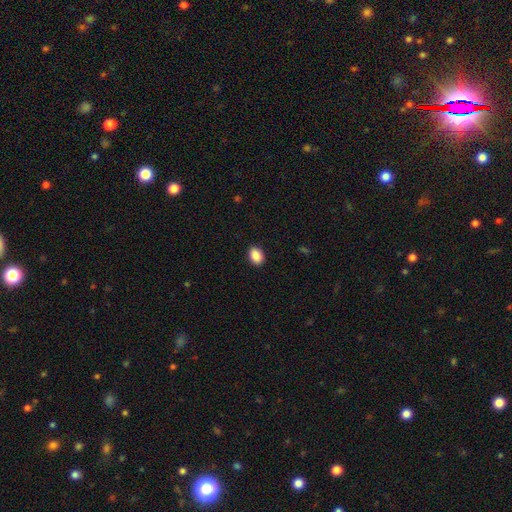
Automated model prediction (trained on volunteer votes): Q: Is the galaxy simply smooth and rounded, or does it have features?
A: smooth — 89%.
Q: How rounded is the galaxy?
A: in between — 80%.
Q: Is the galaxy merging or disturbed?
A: none — 90%.